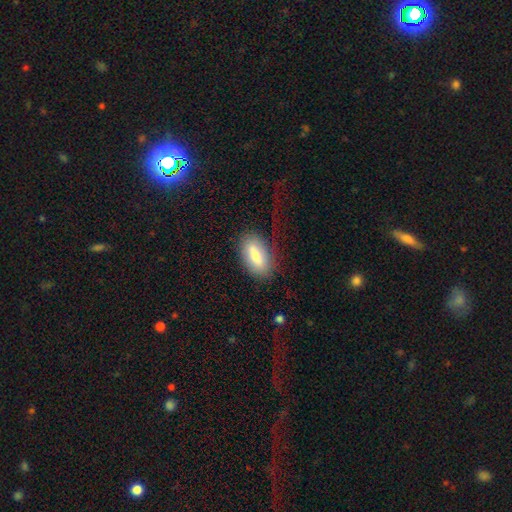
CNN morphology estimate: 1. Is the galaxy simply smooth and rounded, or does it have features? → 77% smooth, 17% featured or disk, 6% star or artifact.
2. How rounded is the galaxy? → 88% in between, 10% cigar-shaped, 3% round.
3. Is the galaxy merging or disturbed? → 74% none, 16% minor disturbance, 9% major disturbance, 2% merger.